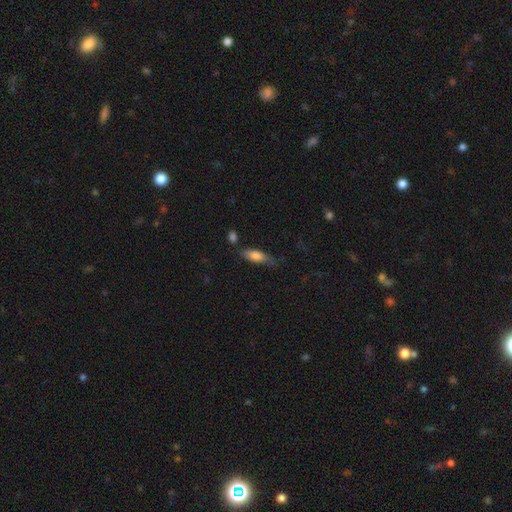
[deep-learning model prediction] Morphology: type=smooth (75%); roundness=in between (59%); merging=none (62%).